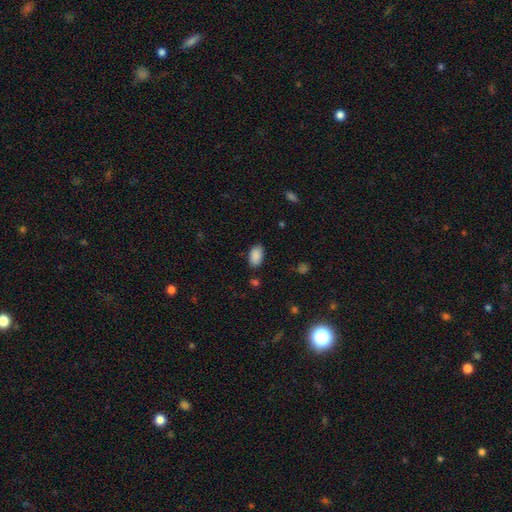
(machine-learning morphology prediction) smooth-or-featured: smooth: 89% | star or artifact: 7% | featured or disk: 3%
  how-rounded: in between: 94% | round: 5% | cigar-shaped: 2%
  merging: none: 84% | minor disturbance: 12% | major disturbance: 3% | merger: 2%